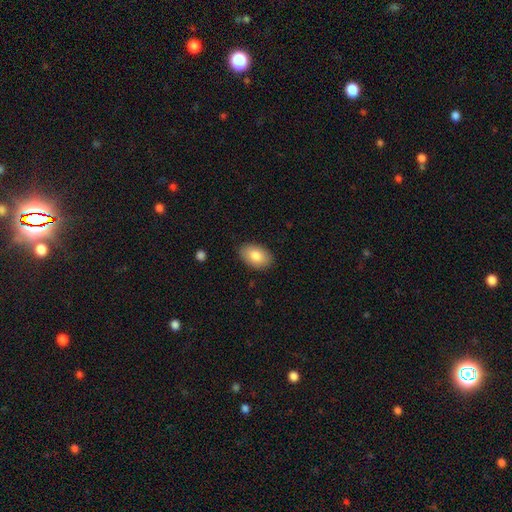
Q: Smooth or featured?
A: smooth (87%); runner-up: featured or disk (11%)
Q: How rounded?
A: in between (88%); runner-up: round (12%)
Q: Merging?
A: none (89%); runner-up: minor disturbance (11%)